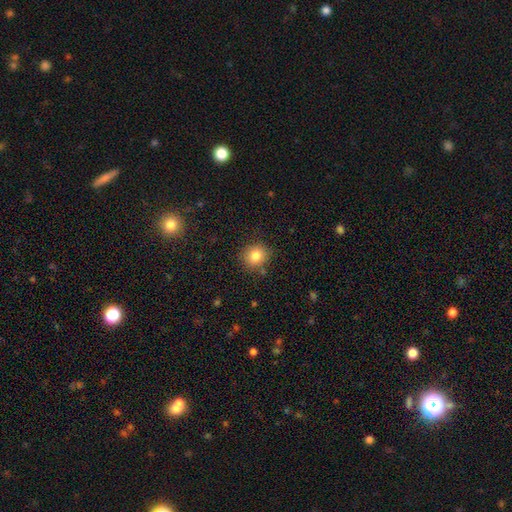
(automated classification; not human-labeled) smooth_or_featured: smooth (p=0.82) [alt: star or artifact p=0.11]
how_rounded: round (p=0.80) [alt: in between p=0.19]
merging: none (p=0.84) [alt: minor disturbance p=0.11]